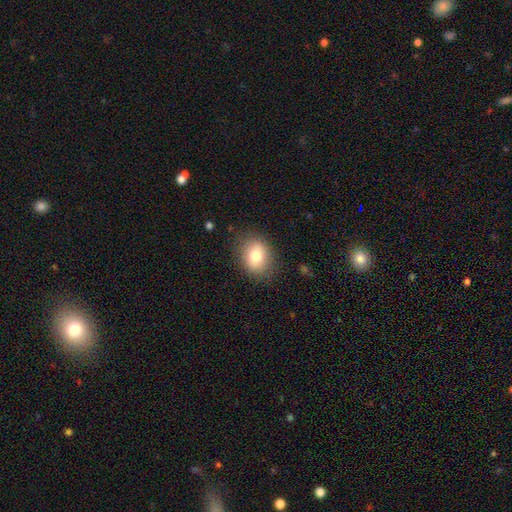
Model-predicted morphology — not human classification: smooth 78%, featured or disk 13%, star or artifact 9%. Down the decision tree: how rounded — in between (57%); merging — none (83%).